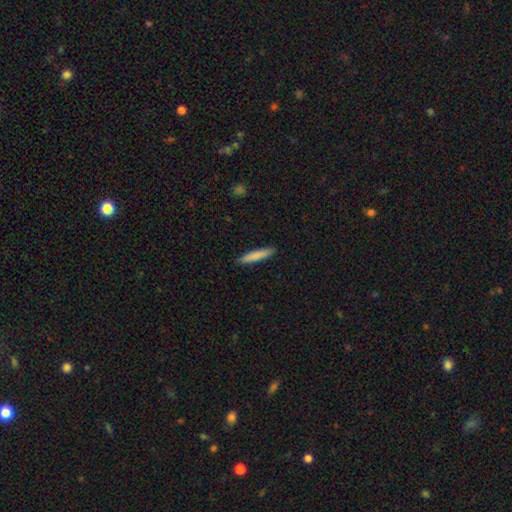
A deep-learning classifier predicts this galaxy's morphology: type=smooth (82%); roundness=cigar-shaped (91%); merging=none (90%).